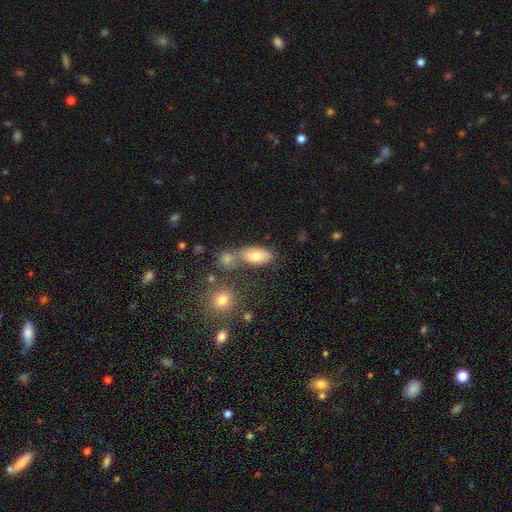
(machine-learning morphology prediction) This is likely a smooth galaxy (78%). How rounded: clearly in between (88%). Merging: possibly none (60%).